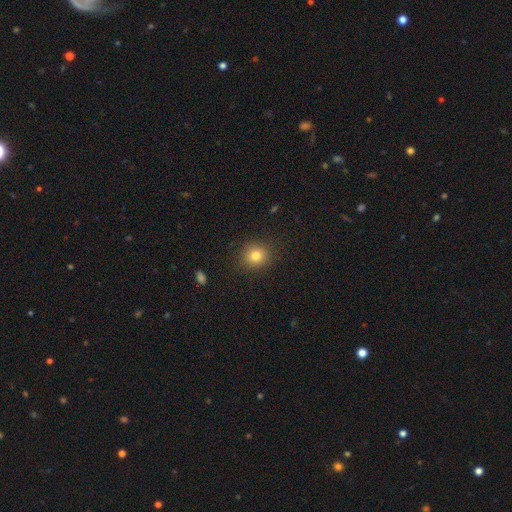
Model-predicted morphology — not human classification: The model was most divided on "smooth or featured": smooth: 80%, star or artifact: 12%, featured or disk: 8%. More confident: merging — none (88%); how rounded — round (84%).